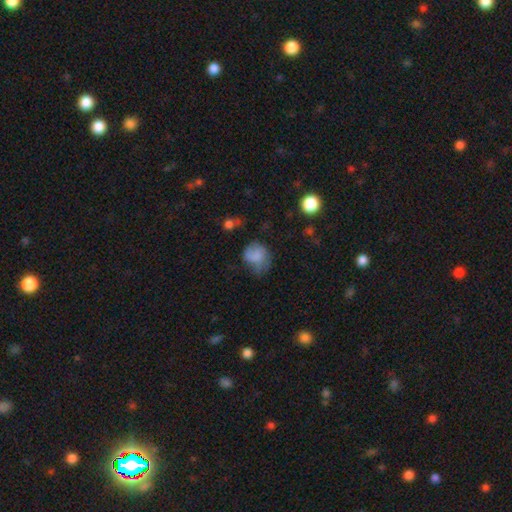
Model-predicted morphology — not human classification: This appears to be a smooth galaxy with no disk features (70%) that is round (63%). Merging: none (37%).